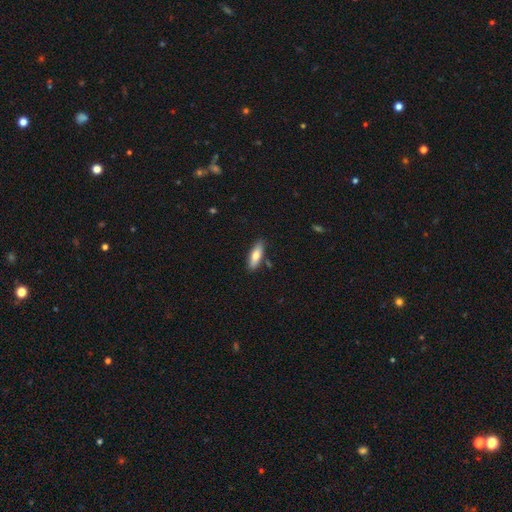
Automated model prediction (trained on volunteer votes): A smooth galaxy with no disk features (73%) that is in between round and cigar-shaped (57%). Merging: none (83%).